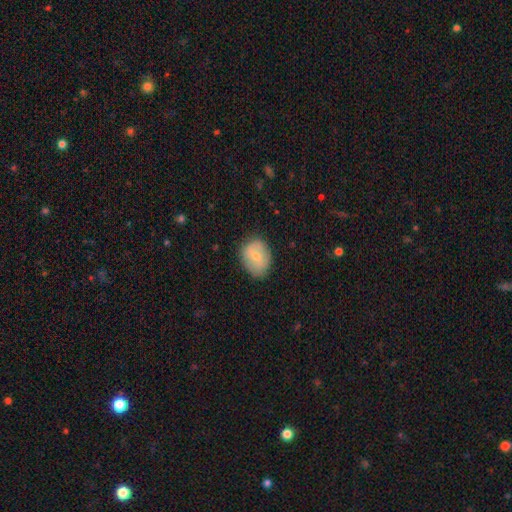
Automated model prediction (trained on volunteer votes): smooth 66%, featured or disk 27%, star or artifact 7%. Down the decision tree: how rounded — in between (62%); merging — none (72%).